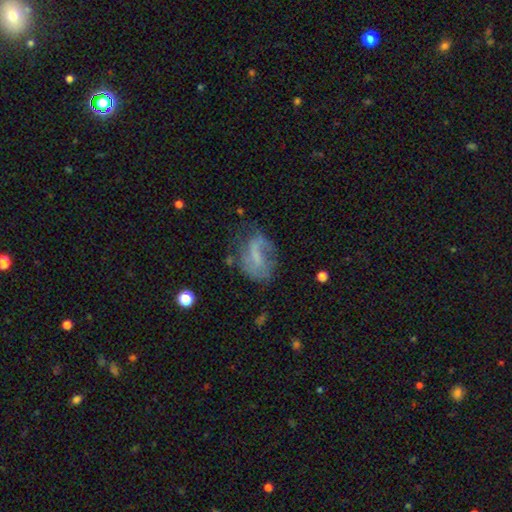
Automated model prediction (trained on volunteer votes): This appears to be a featured or disk galaxy (59%) with a weak bar (45%), spiral arms (67%) and no central bulge (48%). Merging: none (45%).